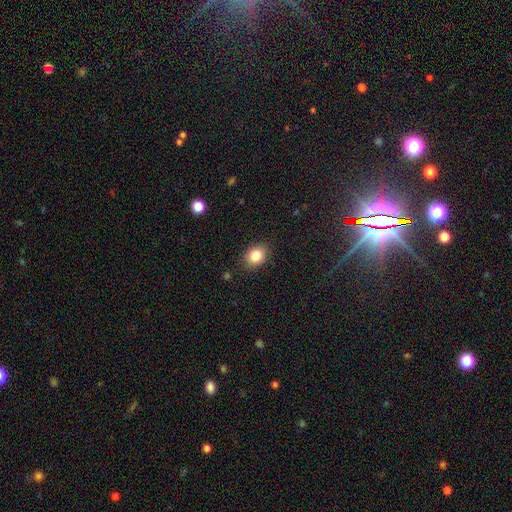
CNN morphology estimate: Overall: smooth (84%). How rounded: in between (64%; round 35%). Merging: none (86%).